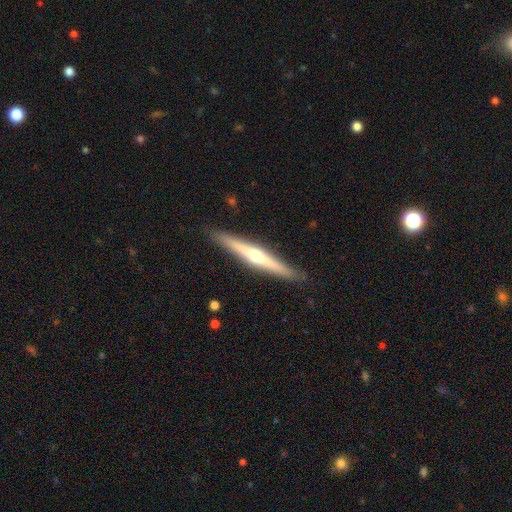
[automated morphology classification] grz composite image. It shows a featured or disk galaxy (69%) viewed edge-on (97%) with a rounded central bulge (86%). Merging: none (90%).